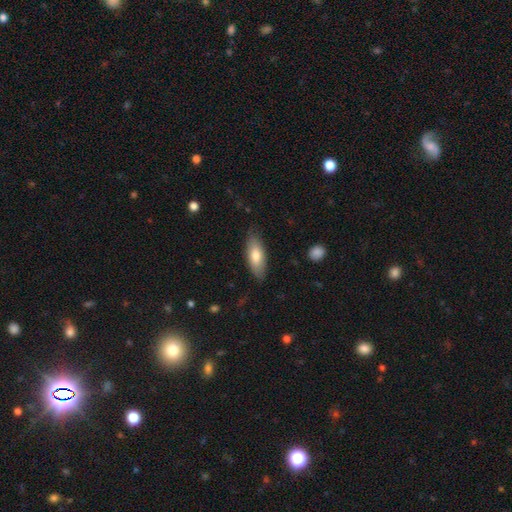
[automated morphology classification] Q: Smooth or featured?
A: smooth (74%); runner-up: featured or disk (21%)
Q: How rounded?
A: in between (73%); runner-up: cigar-shaped (25%)
Q: Merging?
A: none (82%); runner-up: minor disturbance (14%)